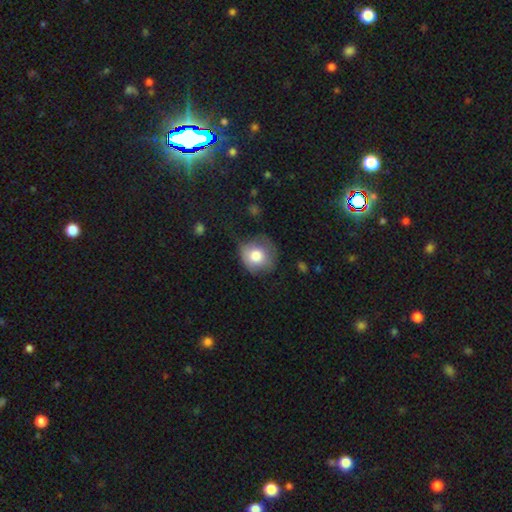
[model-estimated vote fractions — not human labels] smooth-or-featured: smooth: 74% | featured or disk: 17% | star or artifact: 8%
  how-rounded: round: 82% | in between: 17% | cigar-shaped: 1%
  merging: none: 53% | minor disturbance: 30% | major disturbance: 14% | merger: 2%